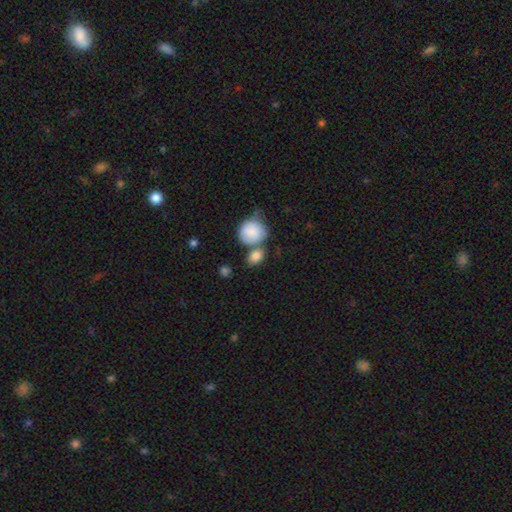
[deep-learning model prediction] Smooth or featured? smooth (84%)
How rounded? in between (49%, tied with round)
Merging? none (50%)